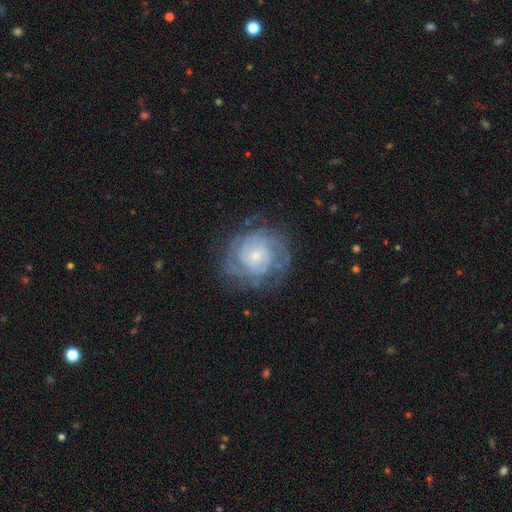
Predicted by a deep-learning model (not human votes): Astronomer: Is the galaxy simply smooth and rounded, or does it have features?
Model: featured or disk — 77%.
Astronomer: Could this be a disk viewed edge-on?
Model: no — 98%.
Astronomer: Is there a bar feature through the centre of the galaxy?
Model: no — 74%.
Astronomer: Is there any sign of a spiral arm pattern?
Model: yes — 90%.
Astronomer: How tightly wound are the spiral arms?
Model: tight — 66%.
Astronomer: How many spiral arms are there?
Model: can't tell — 44%.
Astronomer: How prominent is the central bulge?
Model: small — 63%.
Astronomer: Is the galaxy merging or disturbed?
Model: none — 72%.